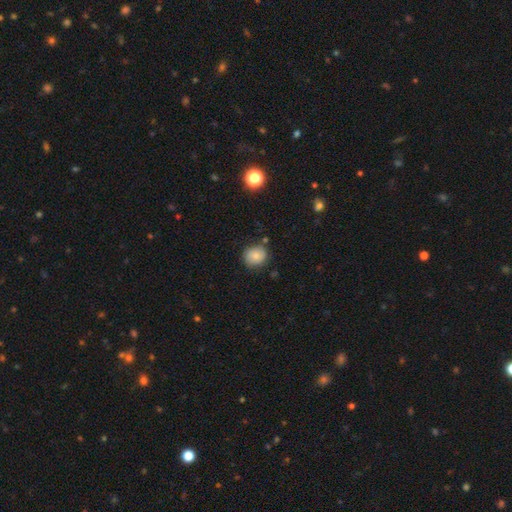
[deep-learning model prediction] Q: Smooth or featured?
A: smooth (77%); runner-up: featured or disk (12%)
Q: How rounded?
A: round (77%); runner-up: in between (22%)
Q: Merging?
A: none (73%); runner-up: minor disturbance (19%)